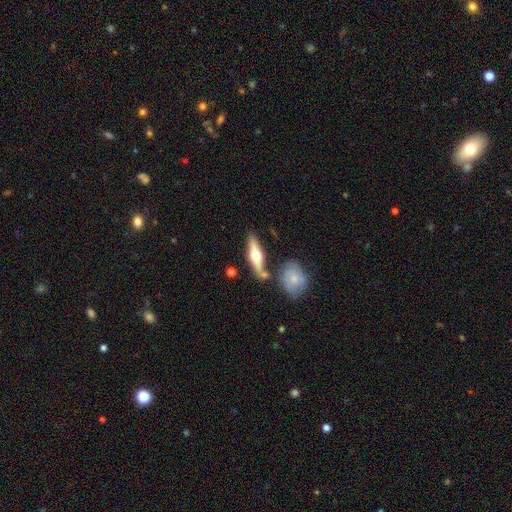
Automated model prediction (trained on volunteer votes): Smooth or featured: featured or disk — 58% (smooth — 37%)
Edge-on disk: yes — 91% (no — 9%)
Edge-on bulge: rounded — 94% (boxy — 3%)
Merging: none — 71% (minor disturbance — 13%)